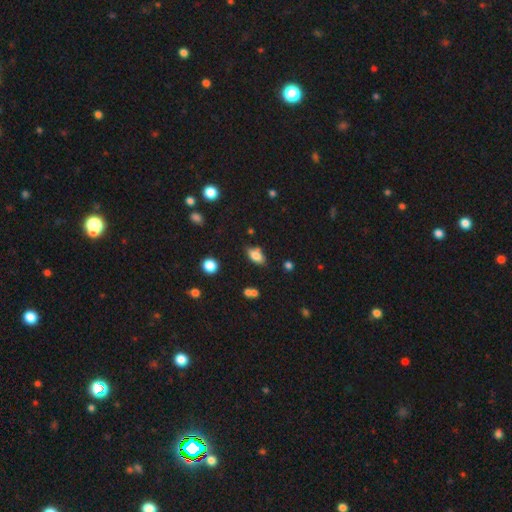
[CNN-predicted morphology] Q: Smooth or featured?
A: smooth (76%); runner-up: featured or disk (14%)
Q: How rounded?
A: in between (87%); runner-up: cigar-shaped (8%)
Q: Merging?
A: none (74%); runner-up: minor disturbance (16%)